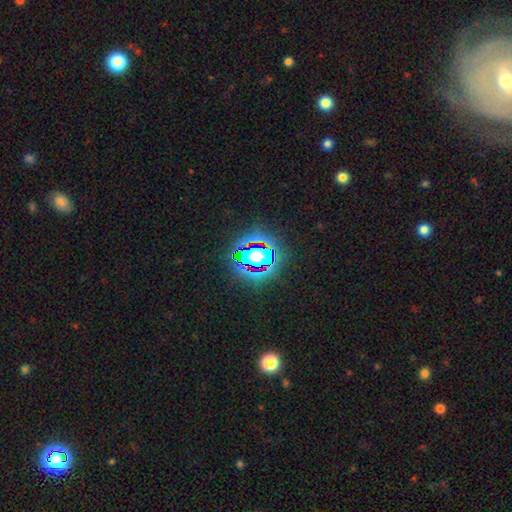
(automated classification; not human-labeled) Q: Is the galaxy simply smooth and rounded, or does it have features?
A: star or artifact — 60%.